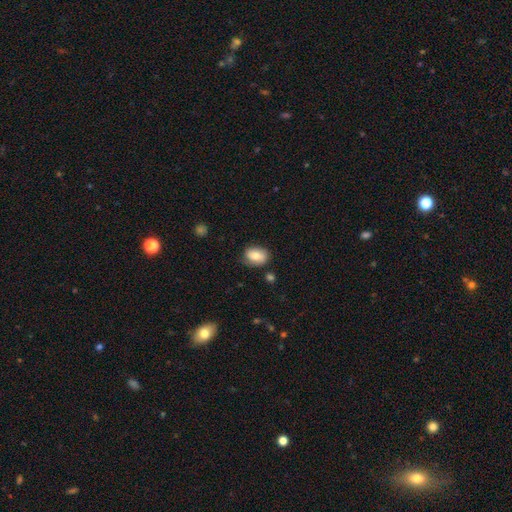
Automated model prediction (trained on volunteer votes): Overall: smooth (75%). How rounded: in between (71%). Merging: none (75%).